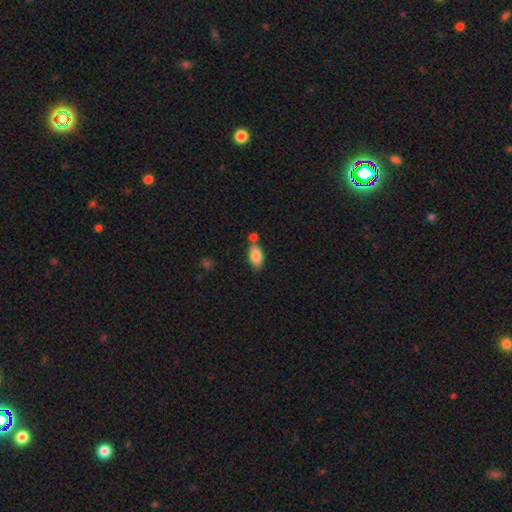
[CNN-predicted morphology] Q: Smooth or featured?
A: smooth (83%); runner-up: featured or disk (10%)
Q: How rounded?
A: in between (90%); runner-up: cigar-shaped (6%)
Q: Merging?
A: none (64%); runner-up: merger (18%)